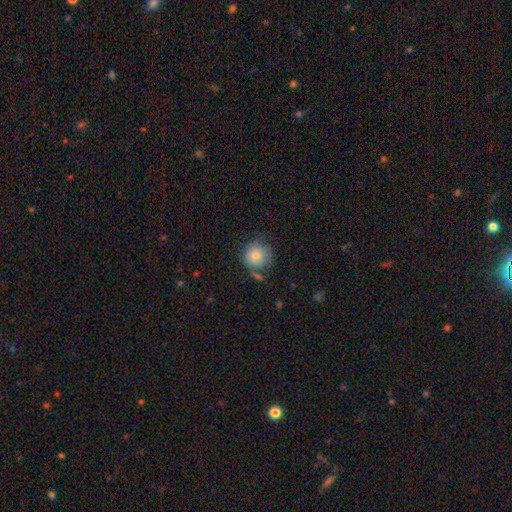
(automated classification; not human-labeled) Smooth or featured?
  - smooth: 77% *
  - featured or disk: 15%
  - star or artifact: 8%
How rounded?
  - round: 90% *
  - in between: 9%
  - cigar-shaped: 1%
Merging?
  - none: 55% *
  - minor disturbance: 26%
  - major disturbance: 10%
  - merger: 8%